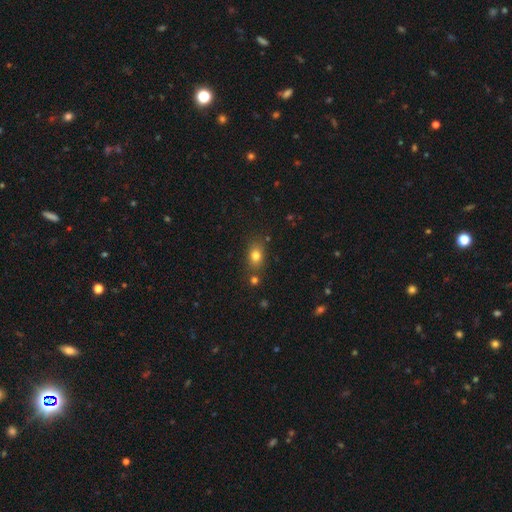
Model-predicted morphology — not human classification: The model was most divided on "how rounded": in between: 66%, round: 32%, cigar-shaped: 2%. More confident: smooth or featured — smooth (78%); merging — none (73%).